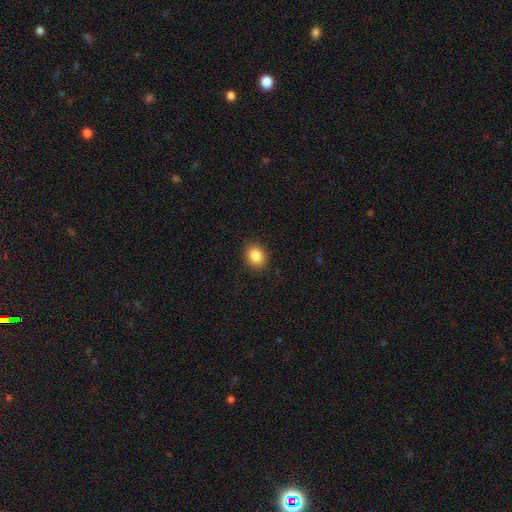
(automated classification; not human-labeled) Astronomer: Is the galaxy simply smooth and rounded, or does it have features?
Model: smooth — 85%.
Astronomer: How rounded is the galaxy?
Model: round — 60% (runner-up: in between, 39%).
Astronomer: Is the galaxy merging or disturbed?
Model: none — 90%.